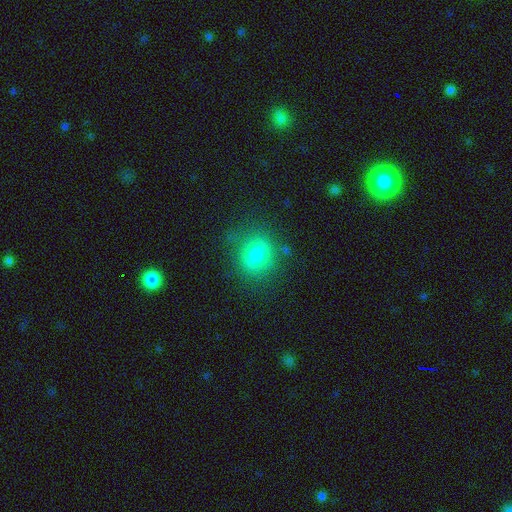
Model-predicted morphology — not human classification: Overall: smooth (75%). How rounded: round (79%). Merging: none (81%).